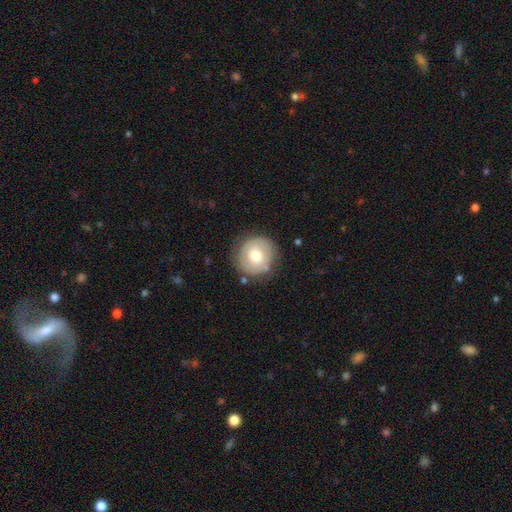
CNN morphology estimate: smooth-or-featured: smooth: 61% | featured or disk: 32% | star or artifact: 7%
  how-rounded: round: 92% | in between: 7% | cigar-shaped: 1%
  merging: none: 77% | minor disturbance: 15% | major disturbance: 5% | merger: 3%